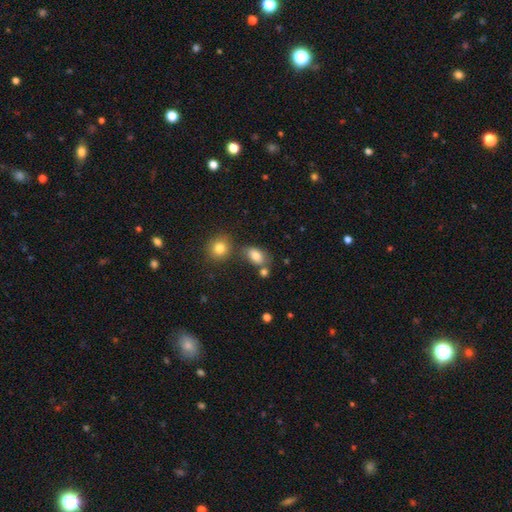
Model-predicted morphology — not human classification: smooth 81%, star or artifact 10%, featured or disk 9%. Down the decision tree: how rounded — in between (85%); merging — none (65%).